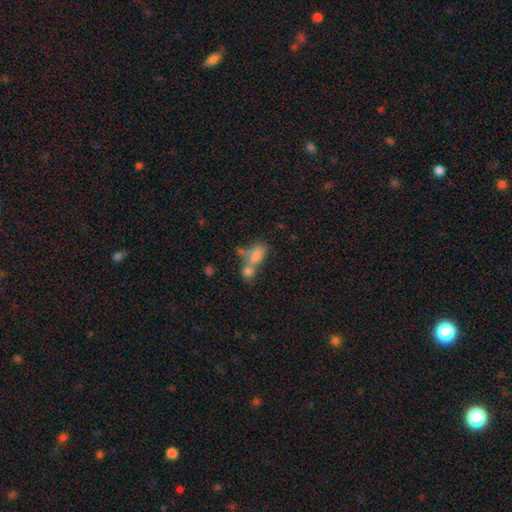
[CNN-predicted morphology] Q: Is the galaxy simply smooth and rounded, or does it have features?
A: smooth — 75%.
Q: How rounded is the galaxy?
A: in between — 82%.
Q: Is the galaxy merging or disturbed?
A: merger — 60%.